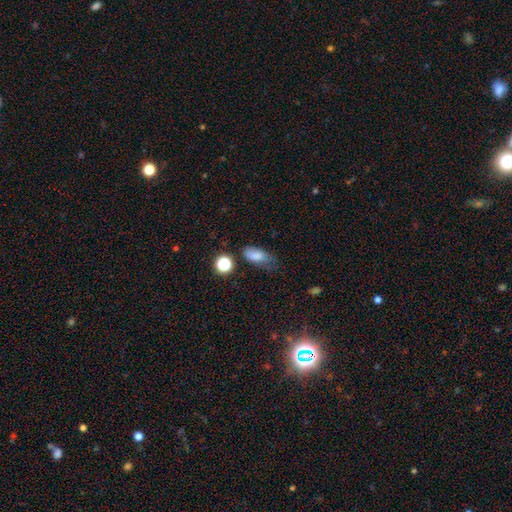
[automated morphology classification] Overall: smooth (79%). How rounded: in between (86%). Merging: none (45%; minor disturbance 35%).